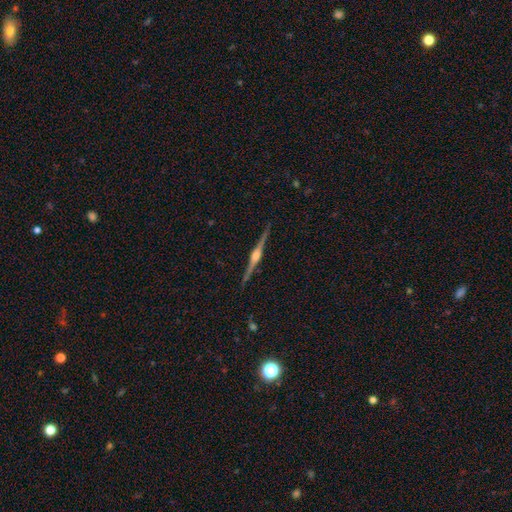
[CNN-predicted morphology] Smooth or featured?
  - featured or disk: 89% *
  - smooth: 6%
  - star or artifact: 5%
Edge-on disk?
  - yes: 99% *
  - no: 1%
Edge-on bulge?
  - rounded: 91% *
  - boxy: 7%
  - none: 2%
Merging?
  - none: 91% *
  - minor disturbance: 6%
  - major disturbance: 1%
  - merger: 1%